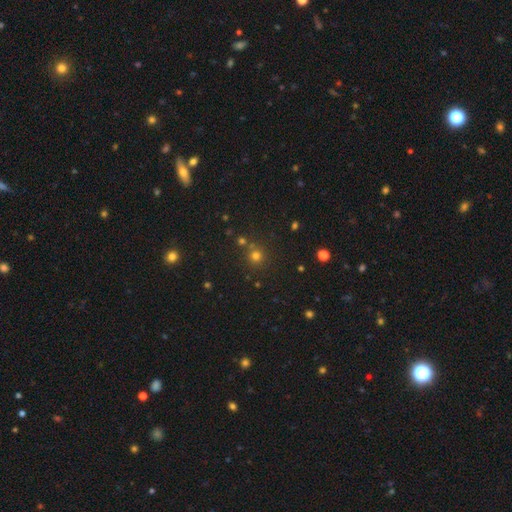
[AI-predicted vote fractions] Overall: smooth (68%). How rounded: round (92%). Merging: none (73%).